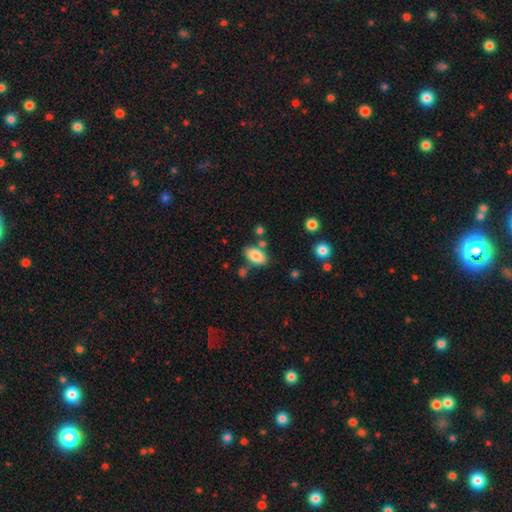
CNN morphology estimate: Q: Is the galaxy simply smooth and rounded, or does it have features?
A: smooth — 84%.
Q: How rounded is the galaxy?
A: in between — 93%.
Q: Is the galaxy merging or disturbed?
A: none — 72%.